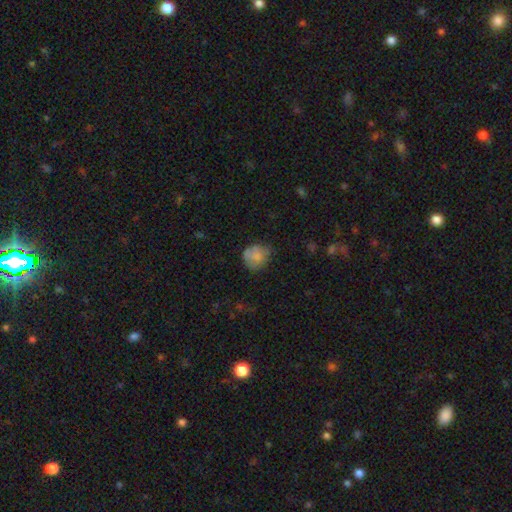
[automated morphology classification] smooth 74%, featured or disk 17%, star or artifact 9%. Down the decision tree: how rounded — round (77%); merging — none (55%).